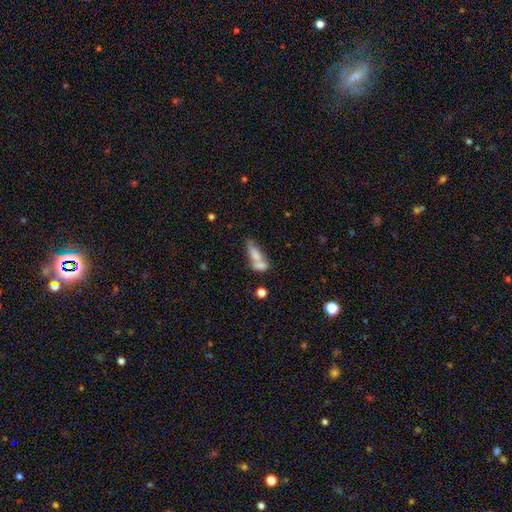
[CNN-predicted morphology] A smooth galaxy with no disk features (63%) that is in between round and cigar-shaped (57%). Merging: merger (52%).